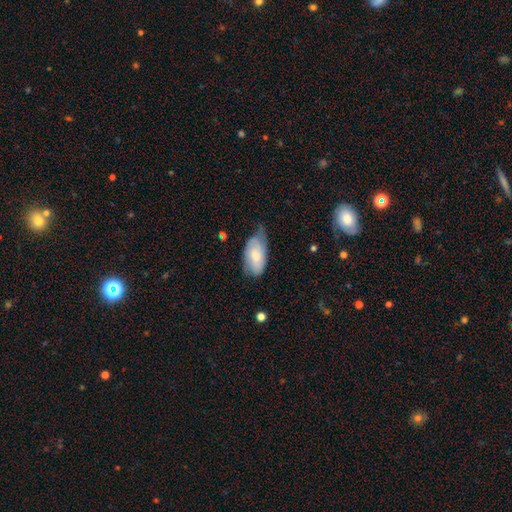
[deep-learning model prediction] This is likely a smooth galaxy (65%). How rounded: clearly in between (92%). Merging: possibly minor disturbance (46%).